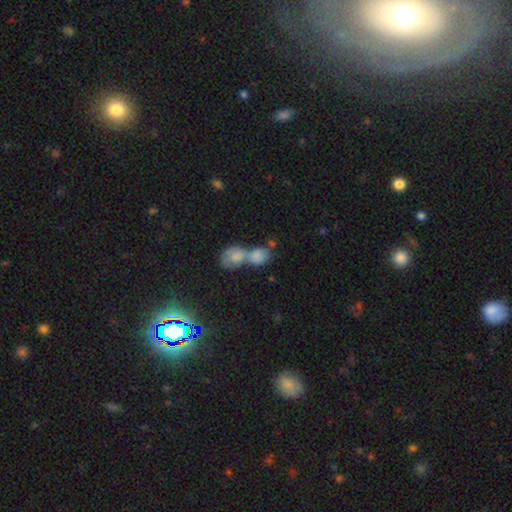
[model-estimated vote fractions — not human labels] Q: Smooth or featured?
A: smooth (63%); runner-up: star or artifact (23%)
Q: How rounded?
A: round (50%); runner-up: in between (46%)
Q: Merging?
A: merger (71%); runner-up: none (20%)